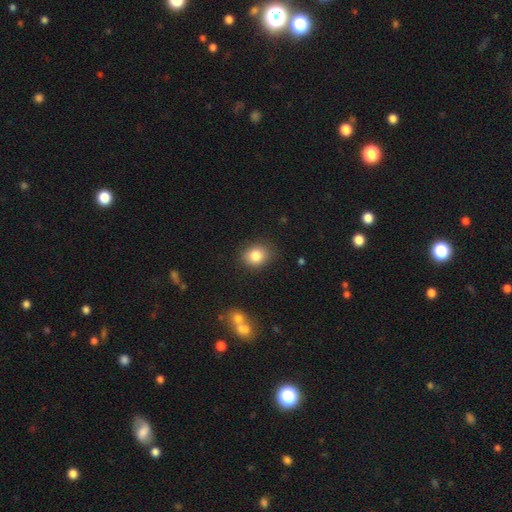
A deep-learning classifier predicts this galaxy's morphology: Smooth or featured?
  - smooth: 83% *
  - star or artifact: 10%
  - featured or disk: 7%
How rounded?
  - round: 62% *
  - in between: 37%
  - cigar-shaped: 1%
Merging?
  - none: 84% *
  - minor disturbance: 12%
  - major disturbance: 3%
  - merger: 2%